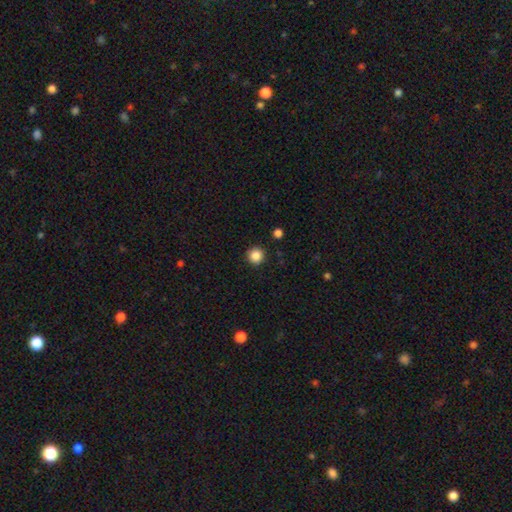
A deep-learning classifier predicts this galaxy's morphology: Smooth or featured: smooth — 86% (star or artifact — 11%)
How rounded: round — 95% (in between — 4%)
Merging: none — 92% (minor disturbance — 5%)